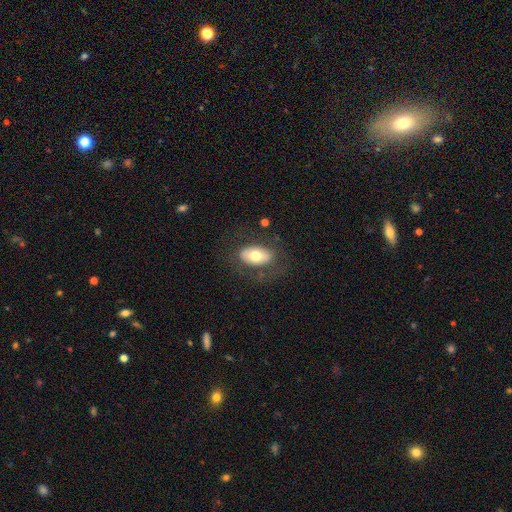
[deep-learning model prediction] Q: Smooth or featured?
A: smooth (65%); runner-up: featured or disk (28%)
Q: How rounded?
A: in between (91%); runner-up: round (7%)
Q: Merging?
A: none (72%); runner-up: minor disturbance (16%)